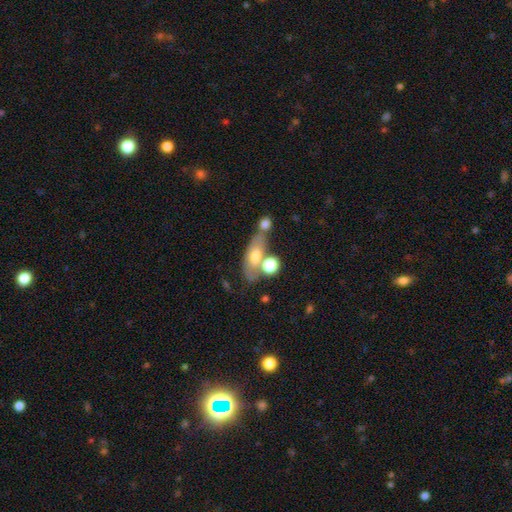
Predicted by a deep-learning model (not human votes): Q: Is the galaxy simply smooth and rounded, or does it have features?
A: smooth — 57%.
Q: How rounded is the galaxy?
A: in between — 67%.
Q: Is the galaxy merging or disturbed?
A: none — 41%.